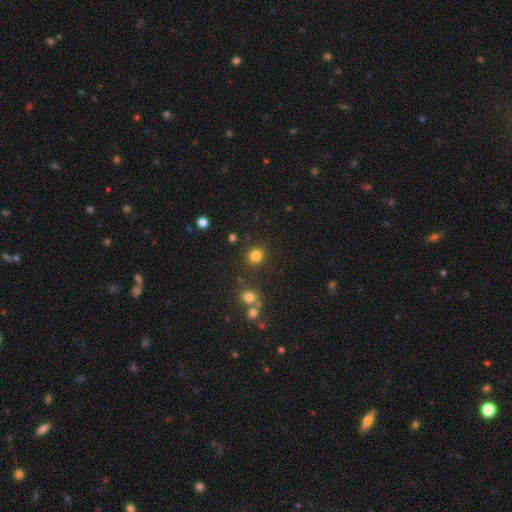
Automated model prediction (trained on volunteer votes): Morphology: type=smooth (82%); roundness=round (87%); merging=none (86%).